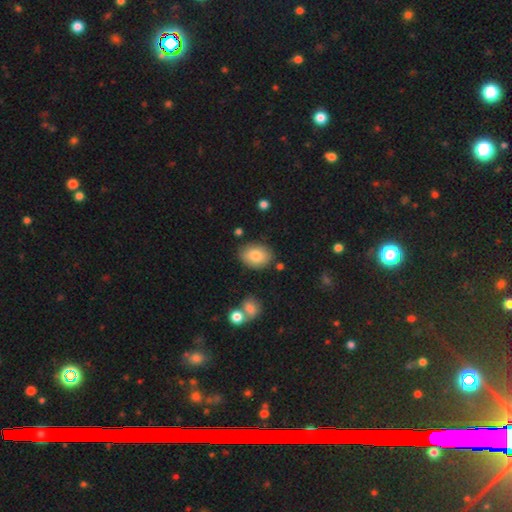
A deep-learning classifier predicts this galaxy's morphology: smooth_or_featured: smooth (p=0.80) [alt: featured or disk p=0.12]
how_rounded: in between (p=0.73) [alt: round p=0.26]
merging: none (p=0.82) [alt: minor disturbance p=0.12]